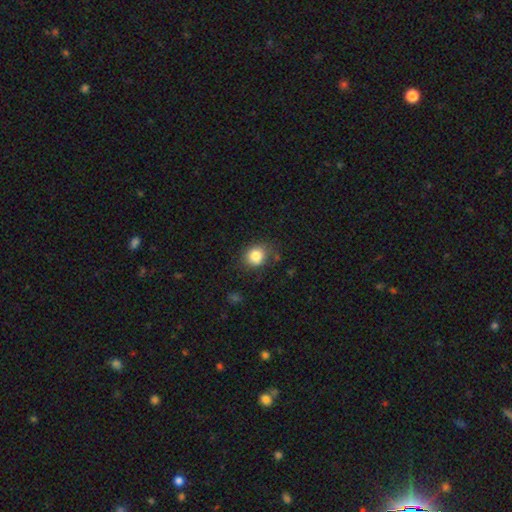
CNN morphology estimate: smooth-or-featured: smooth: 84% | star or artifact: 10% | featured or disk: 6%
  how-rounded: round: 72% | in between: 27% | cigar-shaped: 1%
  merging: none: 73% | minor disturbance: 19% | major disturbance: 6% | merger: 2%